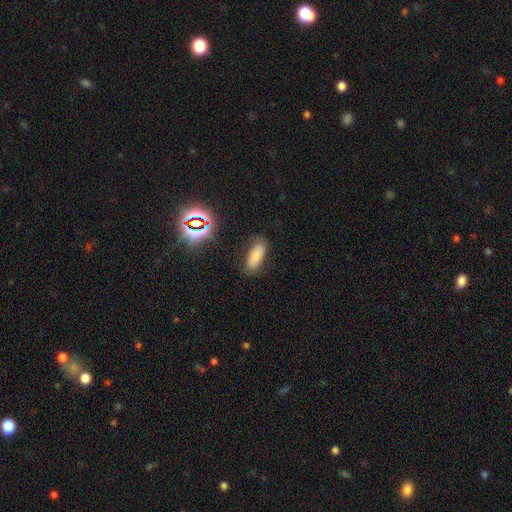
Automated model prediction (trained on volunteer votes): This appears to be a smooth galaxy with no disk features (74%) that is in between round and cigar-shaped (80%). Merging: none (81%).